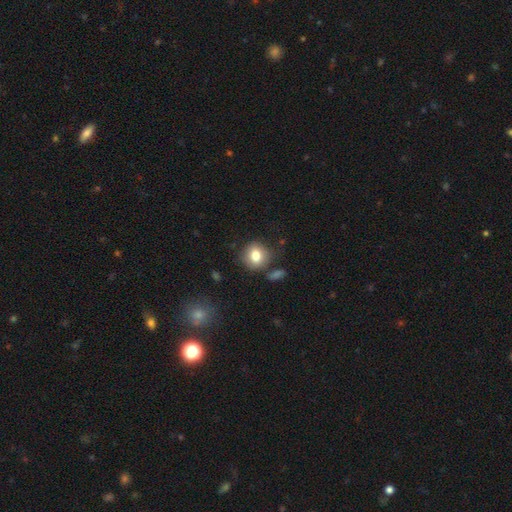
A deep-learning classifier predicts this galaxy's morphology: Smooth or featured? Predicted: smooth (p=0.79). How rounded? Predicted: round (p=0.81). Merging? Predicted: none (p=0.78).